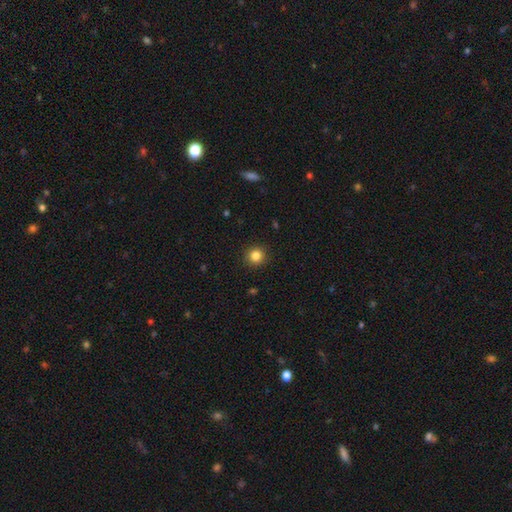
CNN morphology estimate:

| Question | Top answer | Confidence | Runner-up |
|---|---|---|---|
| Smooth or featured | smooth | 84% | star or artifact (11%) |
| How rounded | round | 93% | in between (6%) |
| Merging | none | 91% | minor disturbance (6%) |